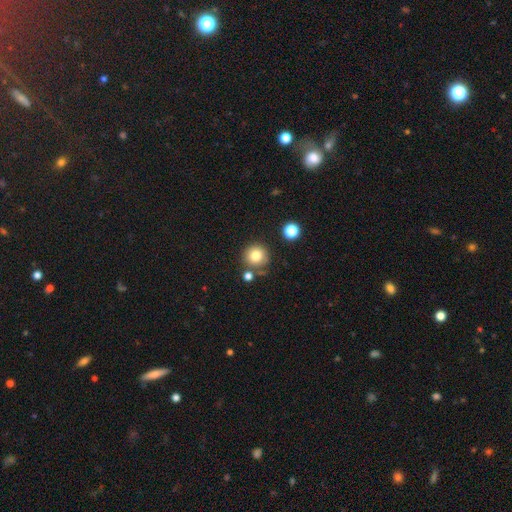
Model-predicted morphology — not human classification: This appears to be a smooth galaxy with no disk features (79%) that is round (93%). Merging: none (76%).